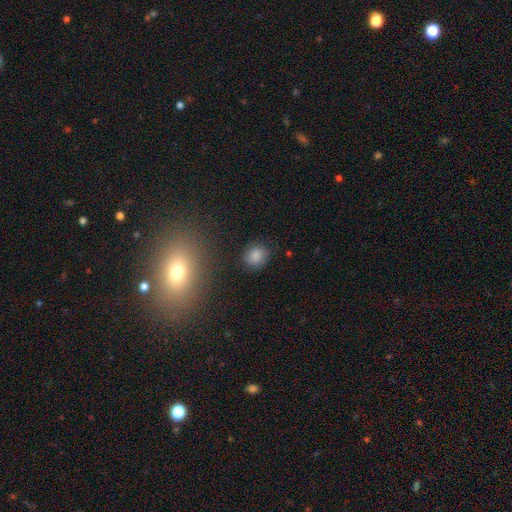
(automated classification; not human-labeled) A smooth galaxy with no disk features (81%) that is round (66%).

Vote fractions:
- Smooth or featured? smooth: 81% / star or artifact: 11% / featured or disk: 8%
- How rounded? round: 66% / in between: 33% / cigar-shaped: 1%
- Merging? none: 82% / minor disturbance: 13% / major disturbance: 4% / merger: 2%